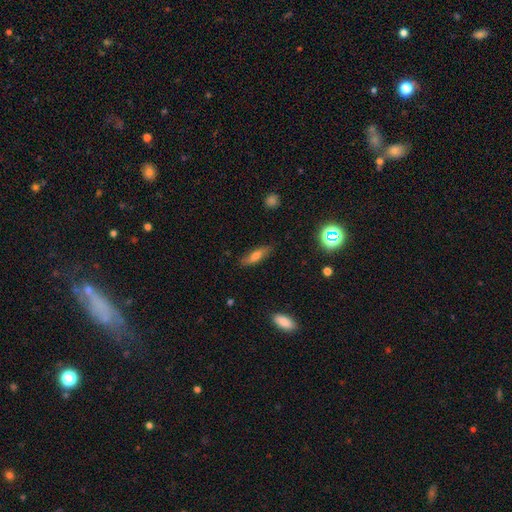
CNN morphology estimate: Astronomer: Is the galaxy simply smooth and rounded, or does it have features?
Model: smooth — 64%.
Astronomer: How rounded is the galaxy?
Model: cigar-shaped — 57% (runner-up: in between, 40%).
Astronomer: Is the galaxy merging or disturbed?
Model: none — 82%.